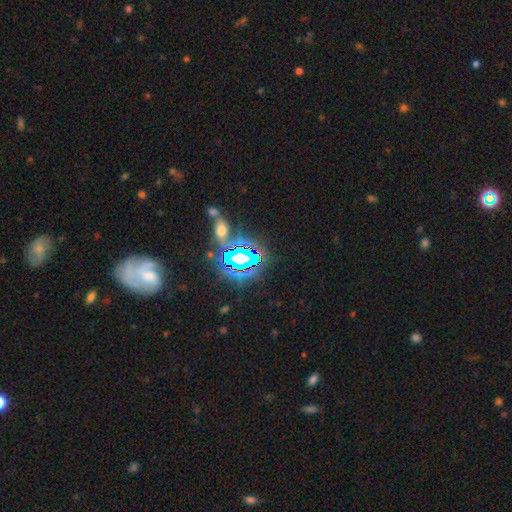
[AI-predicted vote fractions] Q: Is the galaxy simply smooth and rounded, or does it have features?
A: star or artifact — 72%.